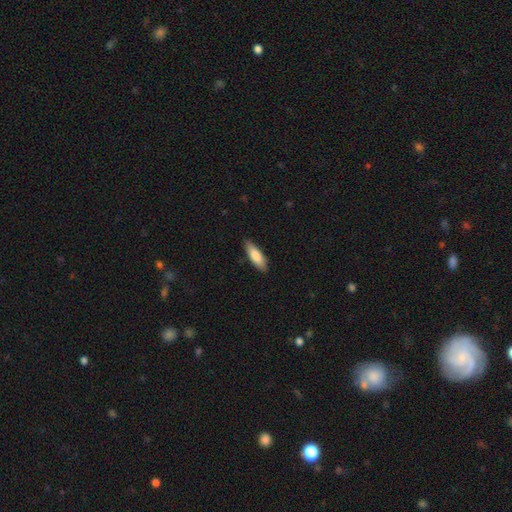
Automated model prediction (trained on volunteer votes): This is clearly a smooth galaxy (83%). How rounded: possibly in between (50%). Merging: clearly none (85%).